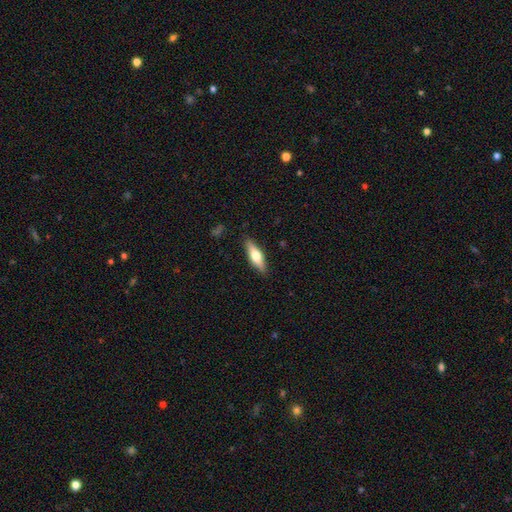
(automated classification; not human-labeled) This appears to be a smooth galaxy with no disk features (58%) that is cigar-shaped (51%). Merging: none (87%).